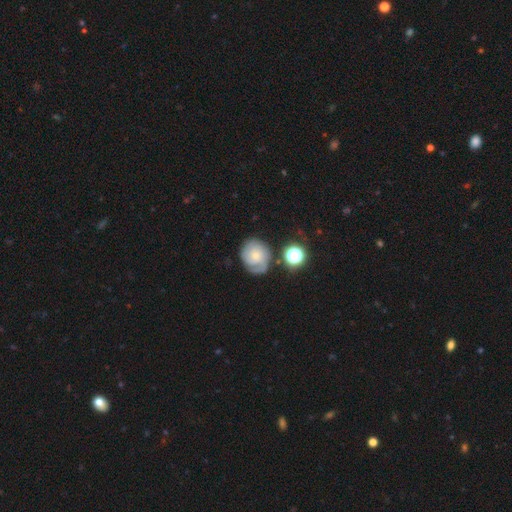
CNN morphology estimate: type=featured or disk (62%); edge-on=no (97%); bar=no (78%); spiral arms=yes (89%); winding=tight (61%); arm count=can't tell (34%); bulge=small (65%); merging=none (60%).